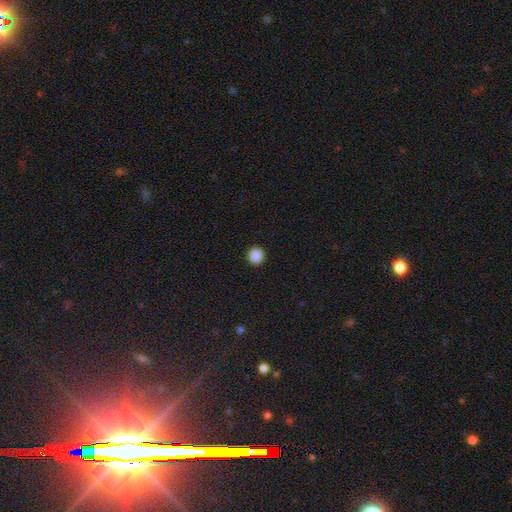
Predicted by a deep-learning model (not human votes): Morphology: type=smooth (89%); roundness=round (92%); merging=none (93%).